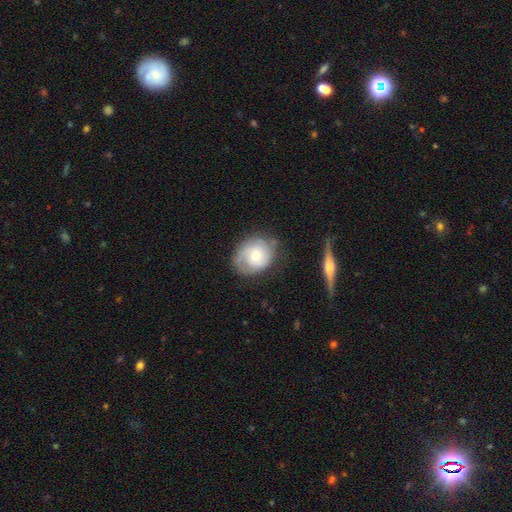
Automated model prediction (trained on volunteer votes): Smooth or featured: featured or disk — 59% (smooth — 34%)
Edge-on disk: no — 96% (yes — 4%)
Bar: no — 69% (weak — 27%)
Spiral arms: yes — 82% (no — 18%)
Bulge size: moderate — 68% (small — 23%)
Merging: none — 69% (minor disturbance — 21%)